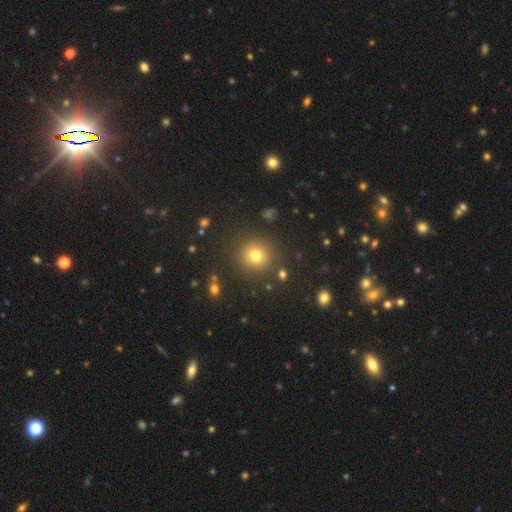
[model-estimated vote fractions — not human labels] Smooth or featured: smooth — 75% (star or artifact — 18%)
How rounded: round — 93% (in between — 6%)
Merging: none — 88% (minor disturbance — 6%)